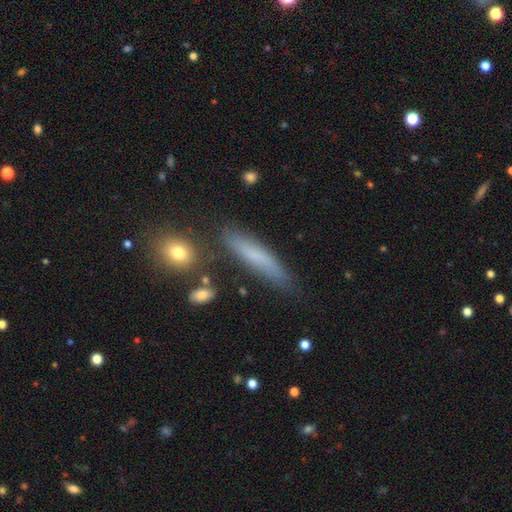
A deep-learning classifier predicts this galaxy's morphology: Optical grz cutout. It shows a smooth galaxy with no disk features (64%) that is cigar-shaped (84%). Merging: none (78%).